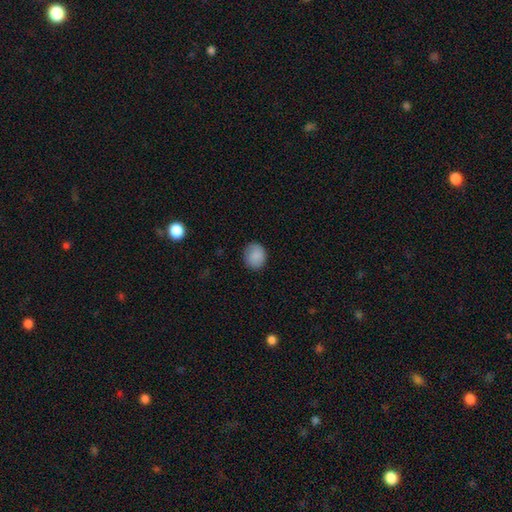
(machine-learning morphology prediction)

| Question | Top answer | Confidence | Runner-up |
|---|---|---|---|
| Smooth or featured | smooth | 88% | star or artifact (8%) |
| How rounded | round | 75% | in between (24%) |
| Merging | none | 84% | minor disturbance (12%) |